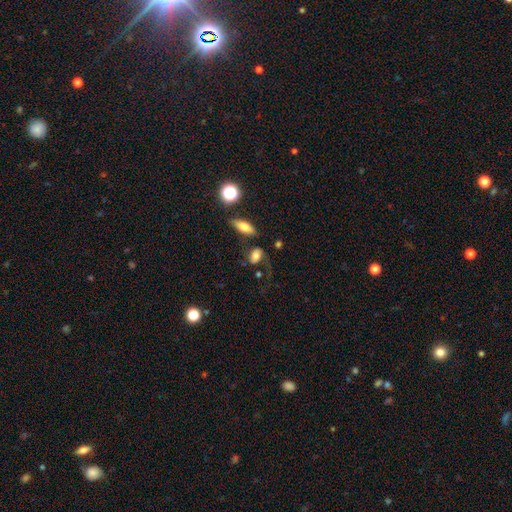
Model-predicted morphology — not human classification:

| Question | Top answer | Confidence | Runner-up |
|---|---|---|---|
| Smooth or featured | smooth | 64% | featured or disk (24%) |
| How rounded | in between | 81% | round (14%) |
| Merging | none | 49% | major disturbance (22%) |